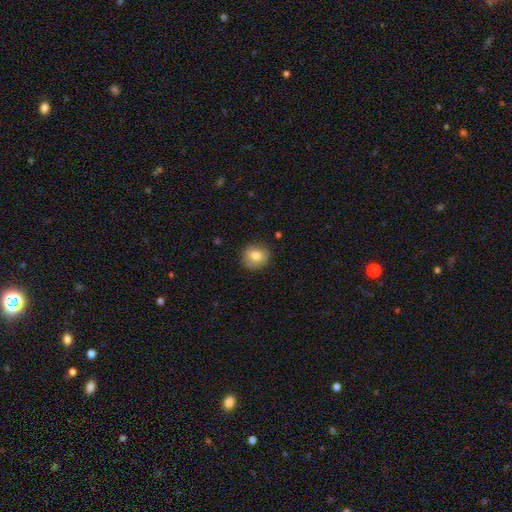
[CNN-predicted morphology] smooth 80%, featured or disk 11%, star or artifact 9%. Down the decision tree: how rounded — round (84%); merging — none (86%).